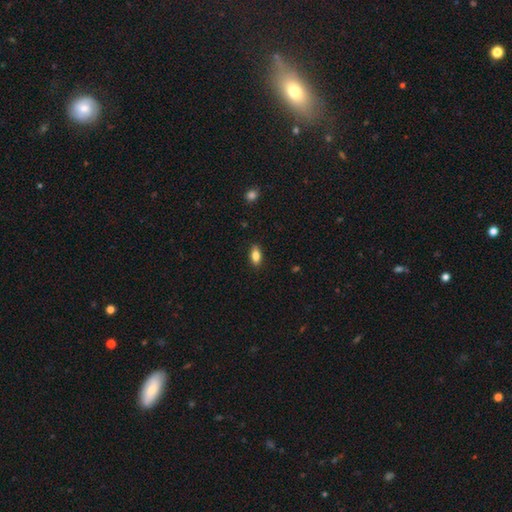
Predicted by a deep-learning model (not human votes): A smooth galaxy with no disk features (84%) that is in between round and cigar-shaped (86%).

Vote fractions:
- Smooth or featured? smooth: 84% / featured or disk: 8% / star or artifact: 8%
- How rounded? in between: 86% / cigar-shaped: 10% / round: 4%
- Merging? none: 86% / minor disturbance: 10% / major disturbance: 2% / merger: 1%